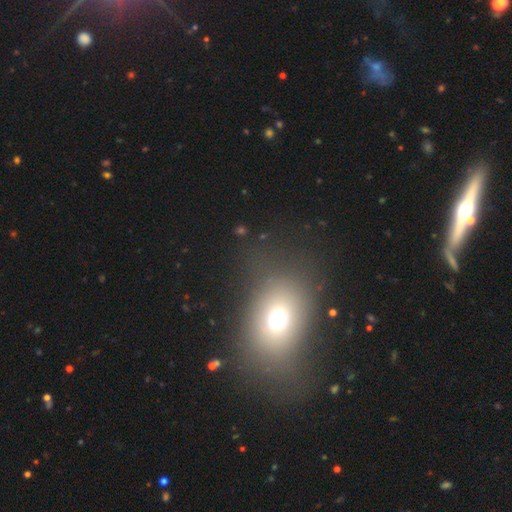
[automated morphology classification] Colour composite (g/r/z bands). It shows a smooth galaxy with no disk features (57%) that is in between round and cigar-shaped (55%). Merging: none (79%).